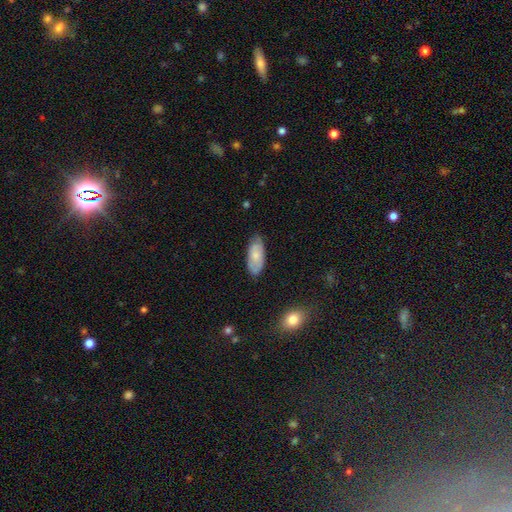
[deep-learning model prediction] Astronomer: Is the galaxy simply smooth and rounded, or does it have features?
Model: smooth — 67%.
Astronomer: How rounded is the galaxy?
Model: in between — 88%.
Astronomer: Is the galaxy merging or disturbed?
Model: none — 73%.